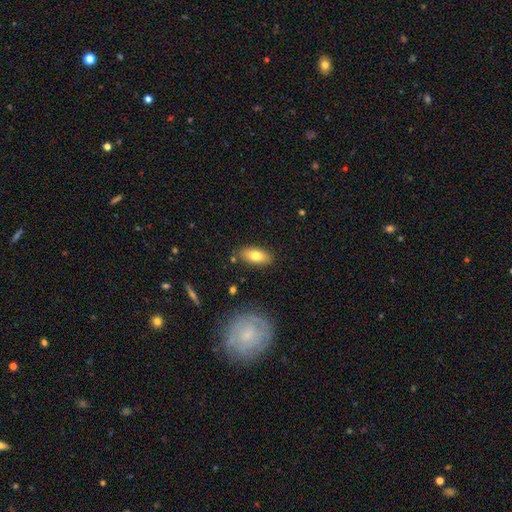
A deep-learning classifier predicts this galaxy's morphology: The model was most divided on "smooth or featured": smooth: 75%, featured or disk: 18%, star or artifact: 7%. More confident: how rounded — in between (86%); merging — none (84%).